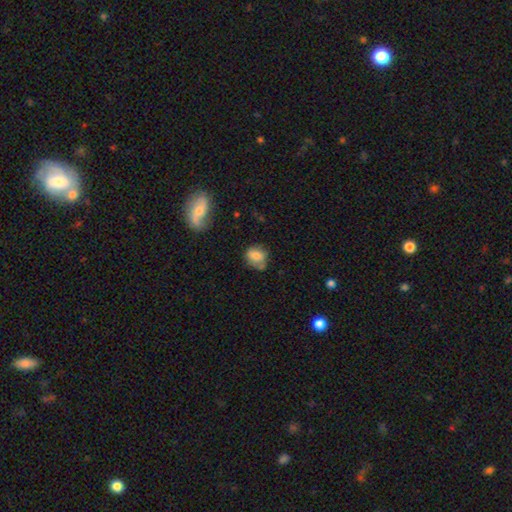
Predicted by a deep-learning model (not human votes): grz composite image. It shows a smooth galaxy with no disk features (73%) that is round (51%). Merging: none (53%).